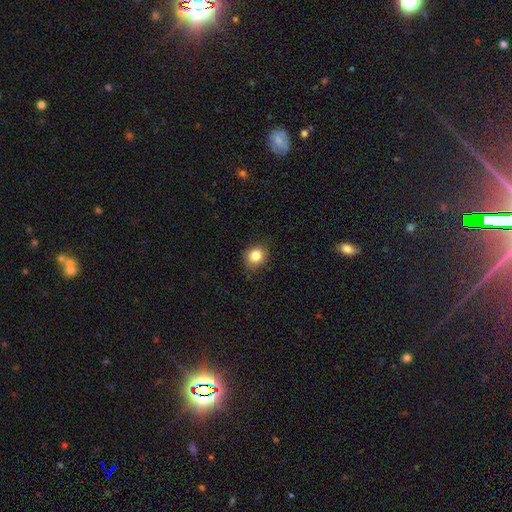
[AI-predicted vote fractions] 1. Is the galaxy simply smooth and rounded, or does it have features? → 83% smooth, 11% star or artifact, 6% featured or disk.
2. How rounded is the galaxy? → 74% round, 26% in between, 1% cigar-shaped.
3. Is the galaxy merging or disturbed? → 83% none, 13% minor disturbance, 3% major disturbance, 1% merger.